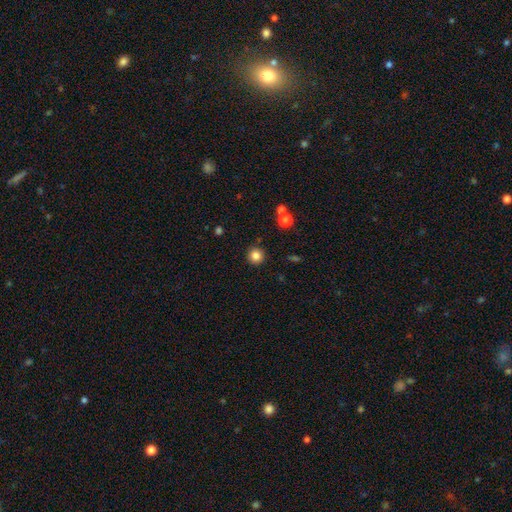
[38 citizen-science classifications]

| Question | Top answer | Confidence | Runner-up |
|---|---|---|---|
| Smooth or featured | smooth | 89% | featured or disk (5%) |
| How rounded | round | 88% | in between (12%) |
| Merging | none | 78% | minor disturbance (11%) |